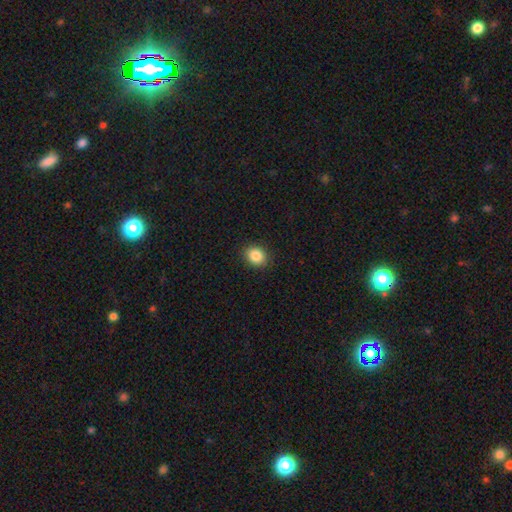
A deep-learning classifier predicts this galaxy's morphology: smooth_or_featured: smooth (p=0.86) [alt: star or artifact p=0.09]
how_rounded: round (p=0.65) [alt: in between p=0.34]
merging: none (p=0.90) [alt: minor disturbance p=0.07]